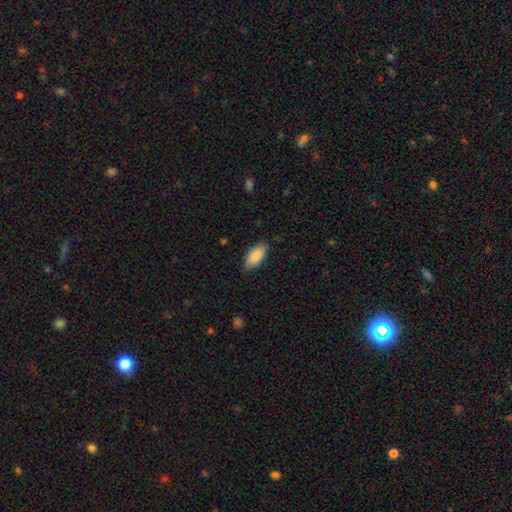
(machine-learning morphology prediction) Smooth or featured: smooth — 86% (featured or disk — 8%)
How rounded: in between — 89% (cigar-shaped — 9%)
Merging: none — 82% (minor disturbance — 14%)